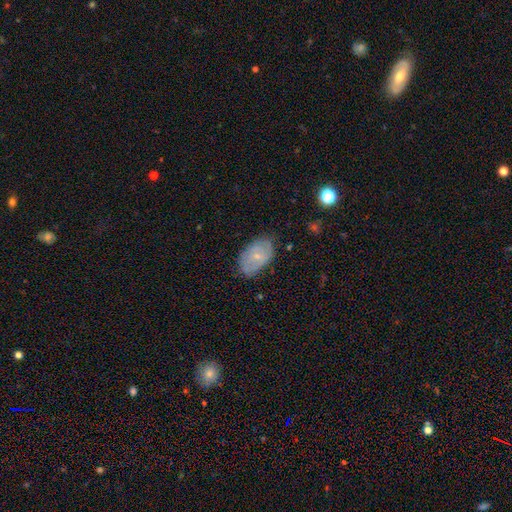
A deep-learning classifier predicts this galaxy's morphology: The model was most divided on "smooth or featured": smooth: 47%, featured or disk: 45%, star or artifact: 8%. More confident: merging — none (70%).